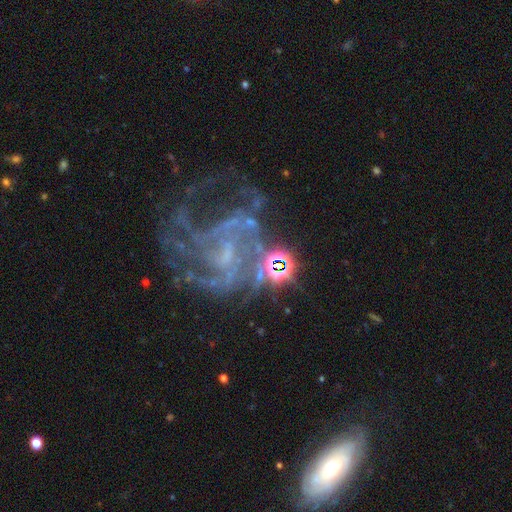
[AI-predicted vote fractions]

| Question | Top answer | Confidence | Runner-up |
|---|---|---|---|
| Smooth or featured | featured or disk | 78% | star or artifact (15%) |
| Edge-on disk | no | 98% | yes (2%) |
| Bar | no | 51% | weak (38%) |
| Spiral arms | yes | 82% | no (18%) |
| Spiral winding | medium | 43% | tight (32%) |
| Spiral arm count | can't tell | 37% | 3 (19%) |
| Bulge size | small | 46% | none (41%) |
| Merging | none | 38% | major disturbance (37%) |